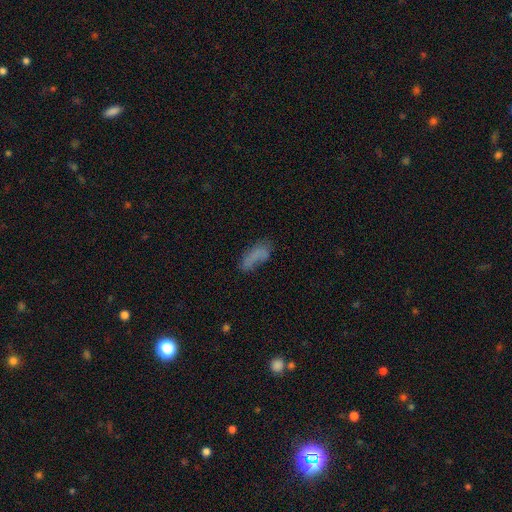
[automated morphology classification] Smooth or featured: smooth — 66% (featured or disk — 22%)
How rounded: in between — 77% (cigar-shaped — 20%)
Merging: none — 46% (minor disturbance — 28%)